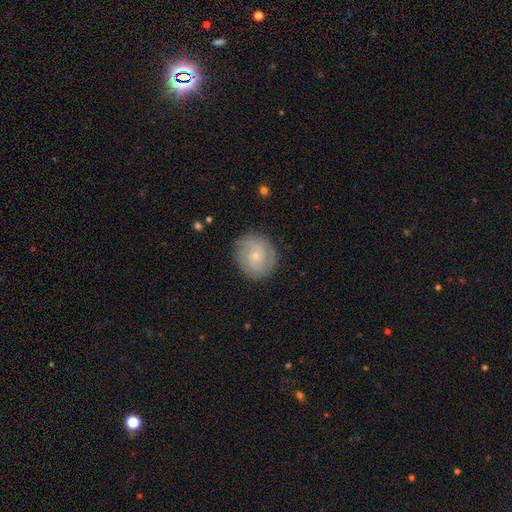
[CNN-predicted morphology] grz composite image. It shows a featured or disk galaxy (72%) with no bar (72%), 2 (43%) tight (62%) spiral arms (93%) and a small central bulge (78%). Merging: none (85%).